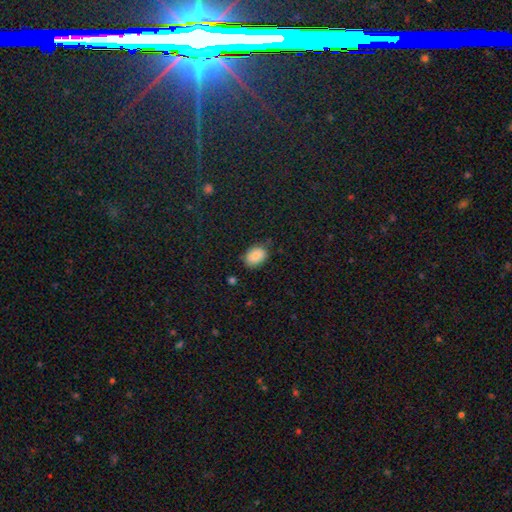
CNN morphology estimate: Smooth or featured?
  - smooth: 84% *
  - star or artifact: 9%
  - featured or disk: 7%
How rounded?
  - in between: 76% *
  - round: 23%
  - cigar-shaped: 1%
Merging?
  - none: 74% *
  - minor disturbance: 20%
  - major disturbance: 4%
  - merger: 2%